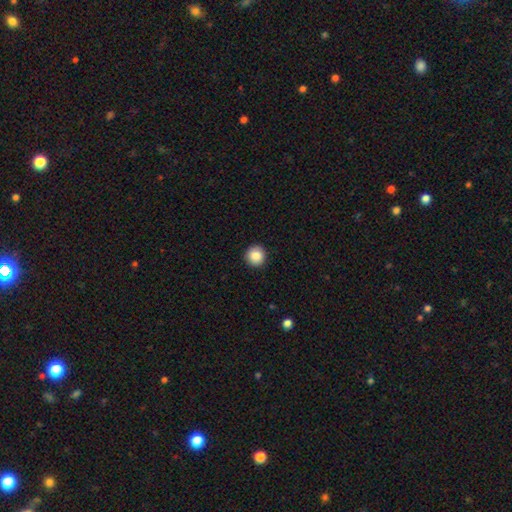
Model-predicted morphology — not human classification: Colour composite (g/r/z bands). It shows a smooth galaxy with no disk features (87%) that is round (93%). Merging: none (92%).